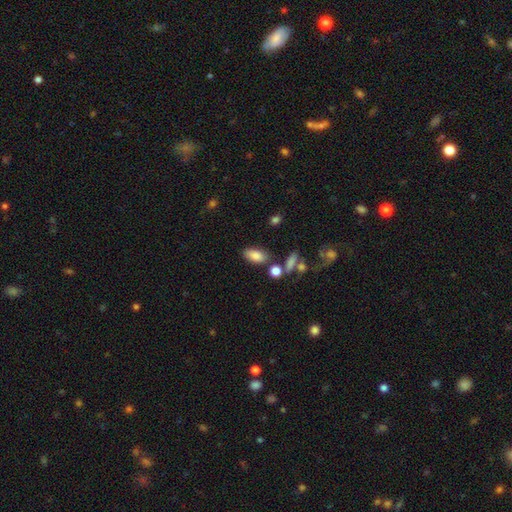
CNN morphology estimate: Overall: smooth (83%). How rounded: in between (89%). Merging: none (71%).